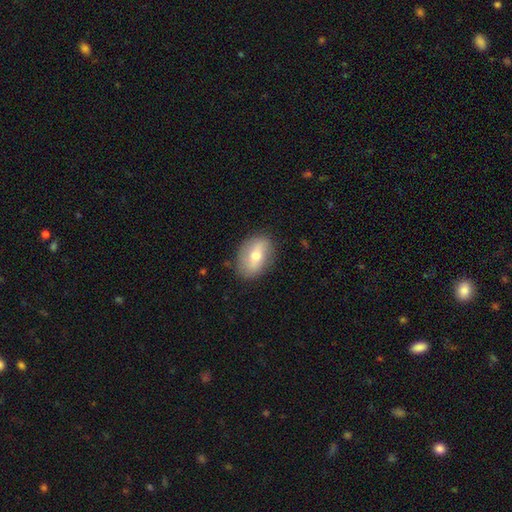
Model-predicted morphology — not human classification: Smooth or featured: smooth — 54% (featured or disk — 38%)
How rounded: in between — 81% (round — 16%)
Merging: none — 82% (minor disturbance — 13%)